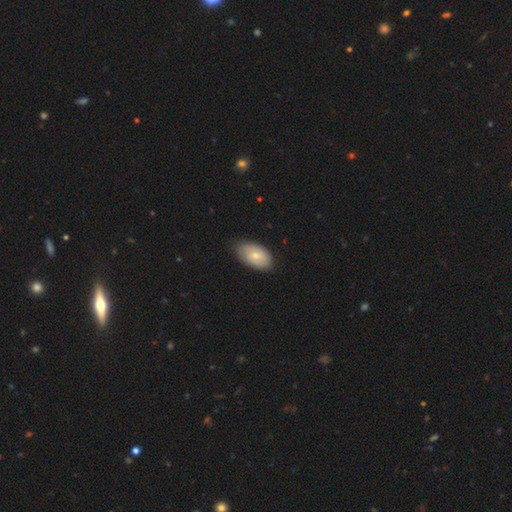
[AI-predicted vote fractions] smooth 73%, featured or disk 21%, star or artifact 6%. Down the decision tree: how rounded — in between (94%); merging — none (78%).